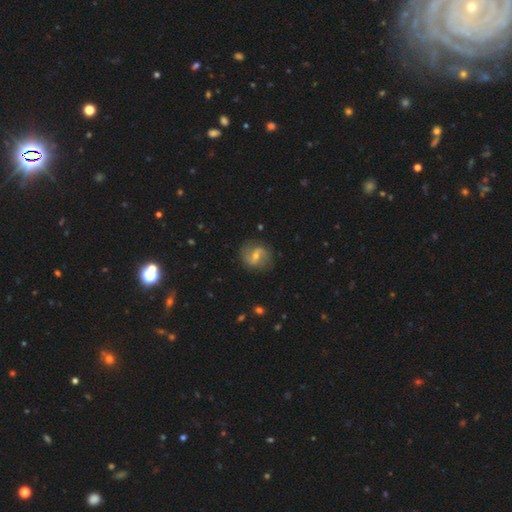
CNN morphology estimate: smooth-or-featured: featured or disk: 79% | smooth: 15% | star or artifact: 6%
  disk-edge-on: no: 97% | yes: 3%
    bar: weak: 49% | strong: 31% | no: 20%
    has-spiral-arms: yes: 92% | no: 8%
      spiral-winding: loose: 51% | medium: 38% | tight: 12%
      spiral-arm-count: 2: 91% | can't tell: 4% | 1: 2% | 3: 1% | 4: 1% | more than 4: 1%
    bulge-size: small: 53% | moderate: 42% | none: 3% | large: 2% | dominant: 1%
  merging: none: 82% | minor disturbance: 12% | major disturbance: 4% | merger: 1%